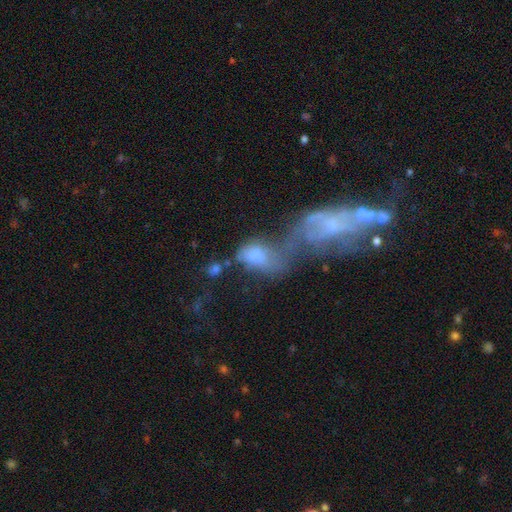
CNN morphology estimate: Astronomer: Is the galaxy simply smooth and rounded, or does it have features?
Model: smooth — 56% (runner-up: featured or disk, 31%).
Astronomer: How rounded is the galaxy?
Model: in between — 85%.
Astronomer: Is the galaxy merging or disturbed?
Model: merger — 62%.